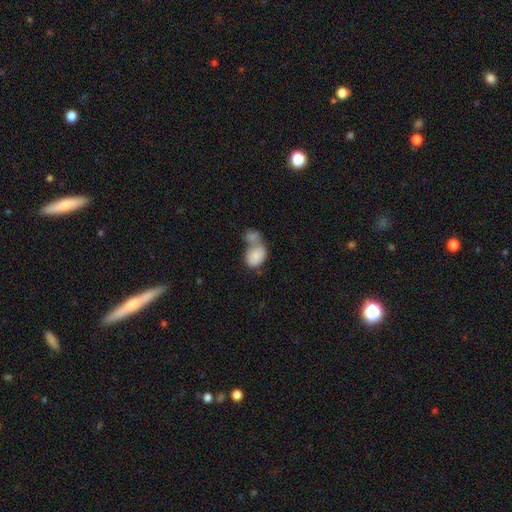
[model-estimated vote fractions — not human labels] This is clearly a smooth galaxy (82%). How rounded: likely in between (75%). Merging: likely merger (63%).